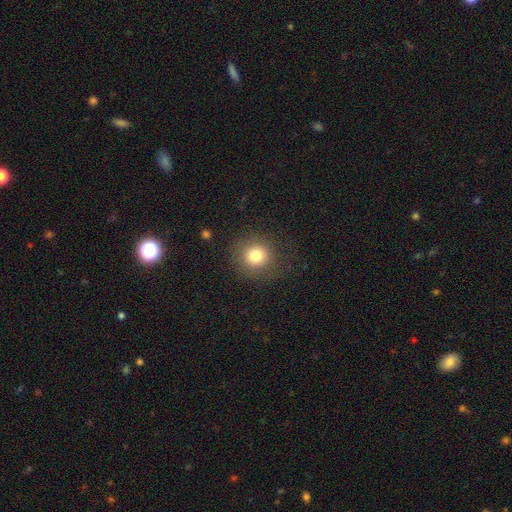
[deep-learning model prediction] Morphology: type=smooth (79%); roundness=round (90%); merging=none (84%).